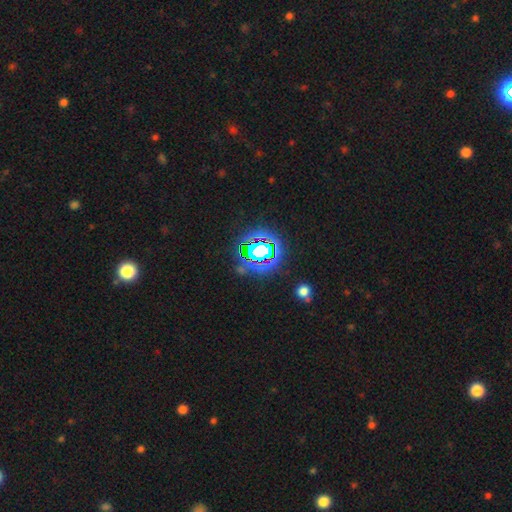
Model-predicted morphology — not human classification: Smooth or featured? star or artifact (76%)